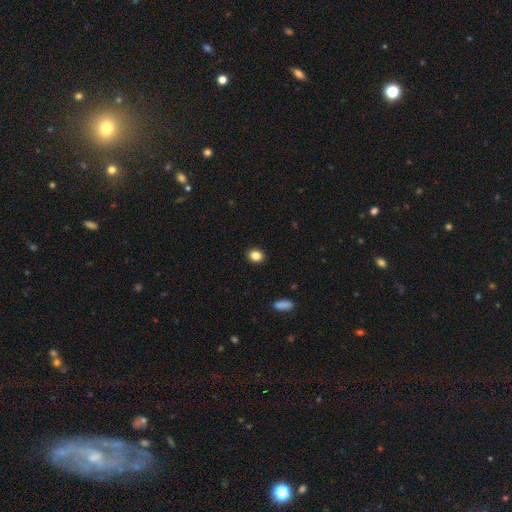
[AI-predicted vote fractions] Smooth or featured?
  - smooth: 85% *
  - star or artifact: 10%
  - featured or disk: 5%
How rounded?
  - round: 62% *
  - in between: 37%
  - cigar-shaped: 1%
Merging?
  - none: 91% *
  - minor disturbance: 6%
  - major disturbance: 2%
  - merger: 1%